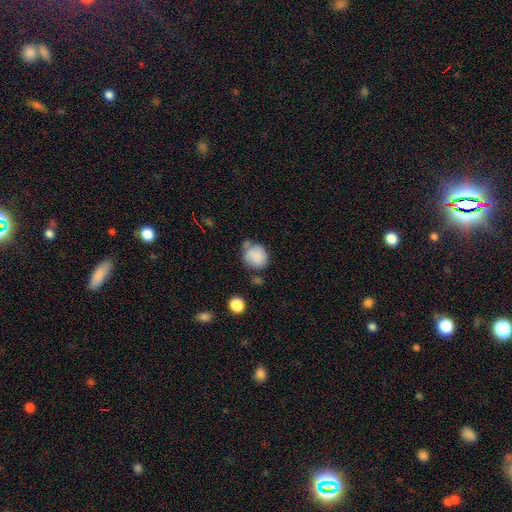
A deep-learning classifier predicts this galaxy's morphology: smooth 82%, featured or disk 10%, star or artifact 8%. Down the decision tree: how rounded — round (79%); merging — none (49%).